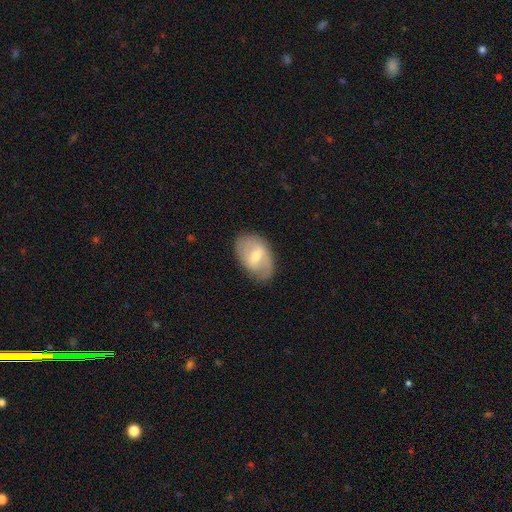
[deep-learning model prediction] The model was most divided on "smooth or featured": featured or disk: 50%, smooth: 44%, star or artifact: 7%. More confident: merging — none (76%).